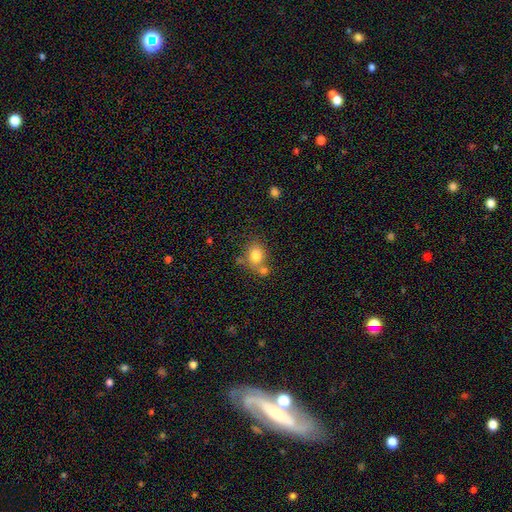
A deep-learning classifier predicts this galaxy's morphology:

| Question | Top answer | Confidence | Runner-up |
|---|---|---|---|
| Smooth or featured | smooth | 80% | star or artifact (10%) |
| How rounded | round | 57% | in between (42%) |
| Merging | none | 52% | merger (31%) |